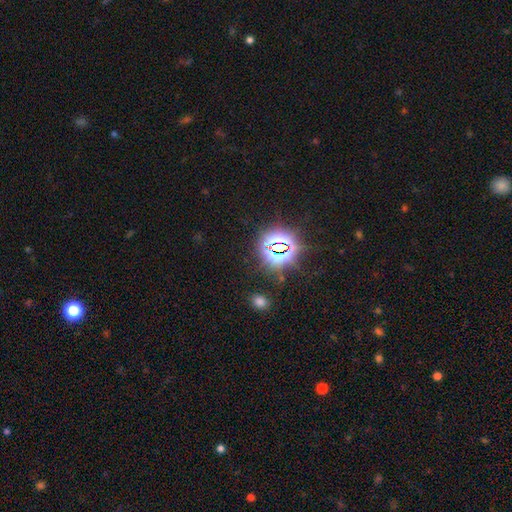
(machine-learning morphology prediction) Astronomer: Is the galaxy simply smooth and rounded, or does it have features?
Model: star or artifact — 80%.